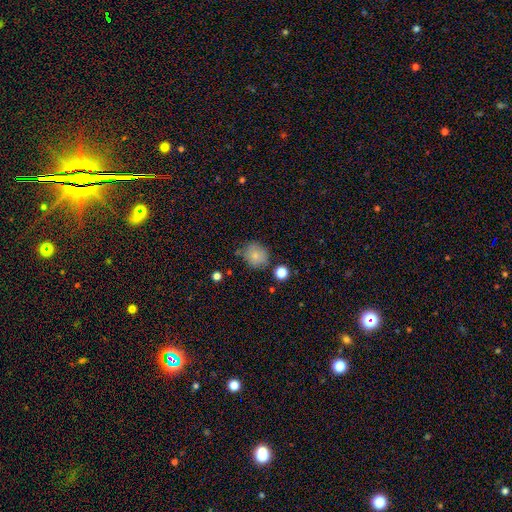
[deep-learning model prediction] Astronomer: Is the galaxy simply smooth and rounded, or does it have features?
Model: smooth — 80%.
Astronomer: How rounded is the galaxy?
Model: round — 81%.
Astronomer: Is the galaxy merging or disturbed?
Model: none — 71%.